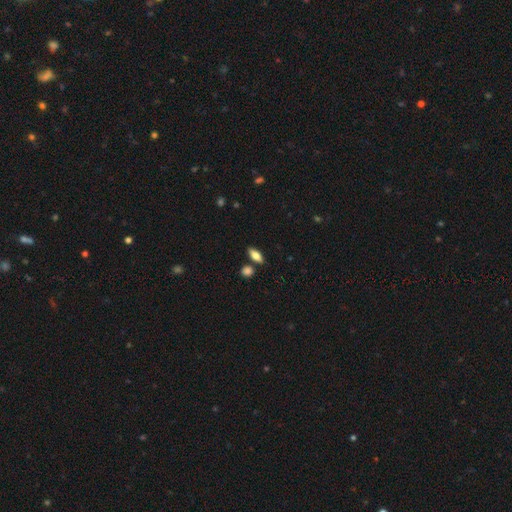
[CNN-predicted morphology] smooth-or-featured: smooth: 75% | featured or disk: 17% | star or artifact: 8%
  how-rounded: in between: 78% | cigar-shaped: 18% | round: 4%
  merging: none: 79% | minor disturbance: 10% | merger: 8% | major disturbance: 3%